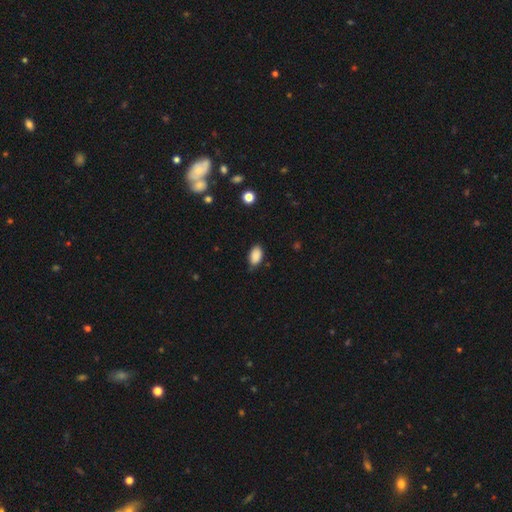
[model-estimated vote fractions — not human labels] This appears to be a smooth galaxy with no disk features (88%) that is in between round and cigar-shaped (92%). Merging: none (74%).